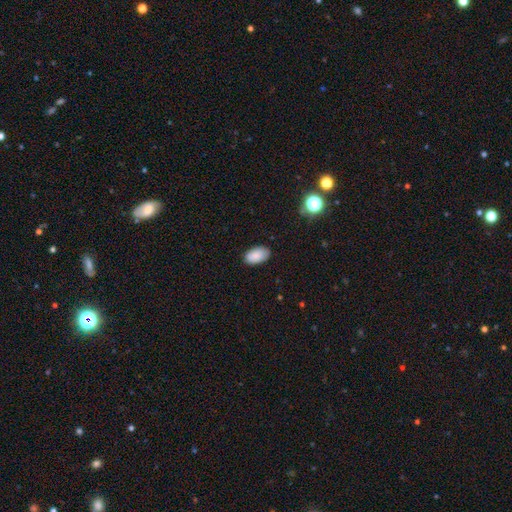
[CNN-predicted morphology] A smooth galaxy with no disk features (88%) that is in between round and cigar-shaped (94%). Merging: none (85%).